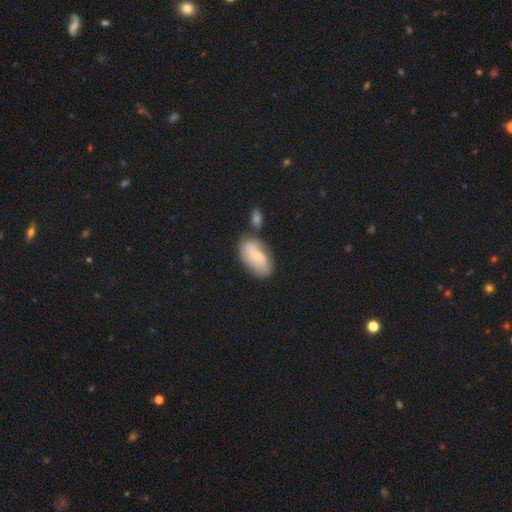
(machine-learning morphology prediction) Q: Smooth or featured?
A: smooth (51%); runner-up: featured or disk (42%)
Q: How rounded?
A: in between (92%); runner-up: round (5%)
Q: Merging?
A: none (61%); runner-up: minor disturbance (19%)